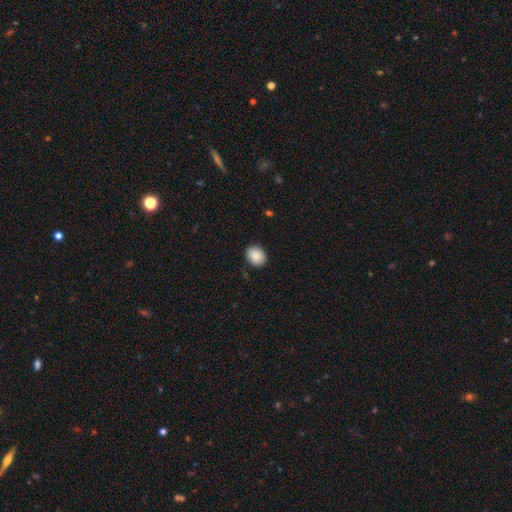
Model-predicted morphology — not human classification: Smooth or featured?
  - smooth: 89% *
  - star or artifact: 7%
  - featured or disk: 4%
How rounded?
  - in between: 57% *
  - round: 43%
  - cigar-shaped: 1%
Merging?
  - none: 86% *
  - minor disturbance: 10%
  - major disturbance: 2%
  - merger: 1%